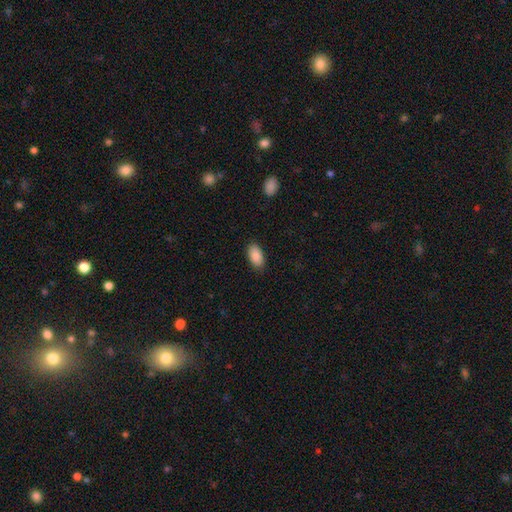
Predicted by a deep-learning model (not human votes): This is clearly a smooth galaxy (89%). How rounded: clearly in between (94%). Merging: clearly none (87%).